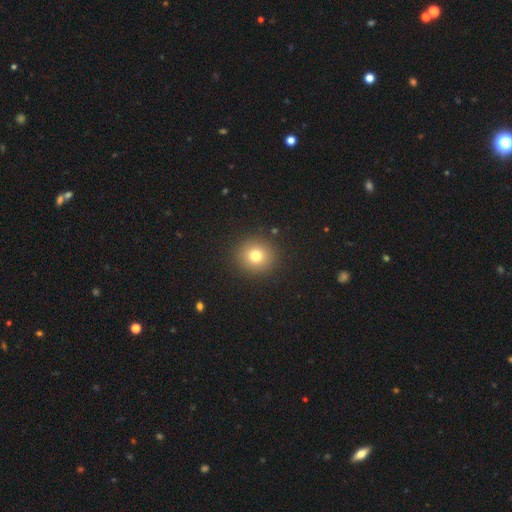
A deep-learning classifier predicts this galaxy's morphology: Overall: smooth (77%). How rounded: round (90%). Merging: none (91%).